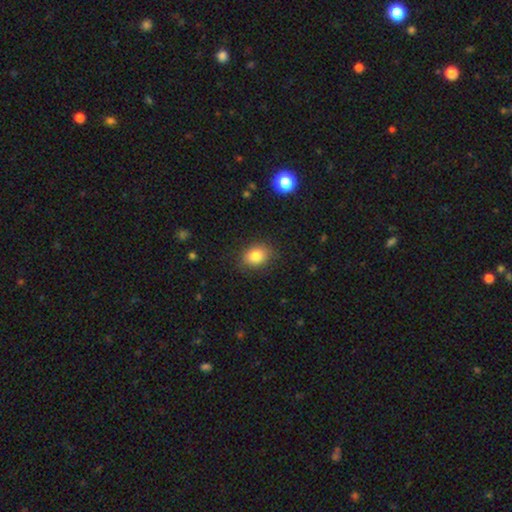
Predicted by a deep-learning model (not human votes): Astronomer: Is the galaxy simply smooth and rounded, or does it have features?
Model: smooth — 81%.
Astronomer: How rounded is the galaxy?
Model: in between — 59% (runner-up: round, 40%).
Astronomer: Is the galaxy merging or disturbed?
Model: none — 84%.